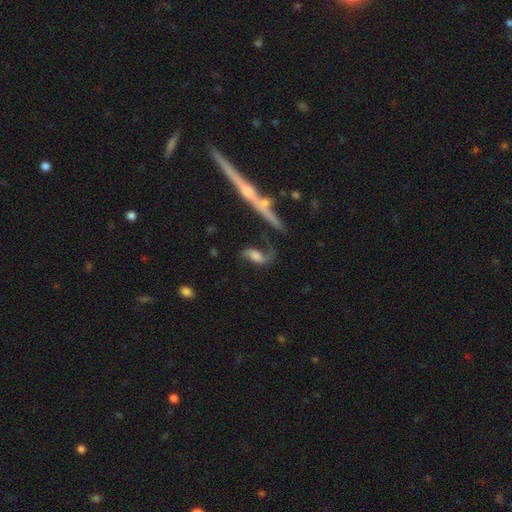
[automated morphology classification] Q: Smooth or featured?
A: featured or disk (64%); runner-up: smooth (28%)
Q: Edge-on disk?
A: no (88%); runner-up: yes (12%)
Q: Bar?
A: no (59%); runner-up: weak (30%)
Q: Spiral arms?
A: yes (87%); runner-up: no (13%)
Q: Bulge size?
A: moderate (32%); runner-up: large (24%)
Q: Merging?
A: none (42%); runner-up: major disturbance (26%)